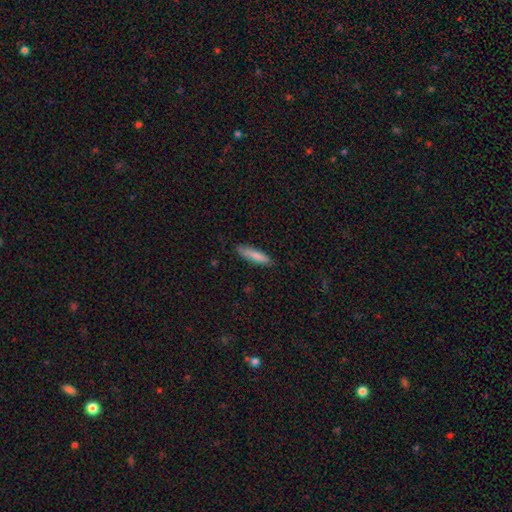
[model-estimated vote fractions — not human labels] smooth 83%, featured or disk 11%, star or artifact 6%. Down the decision tree: how rounded — cigar-shaped (76%); merging — none (83%).